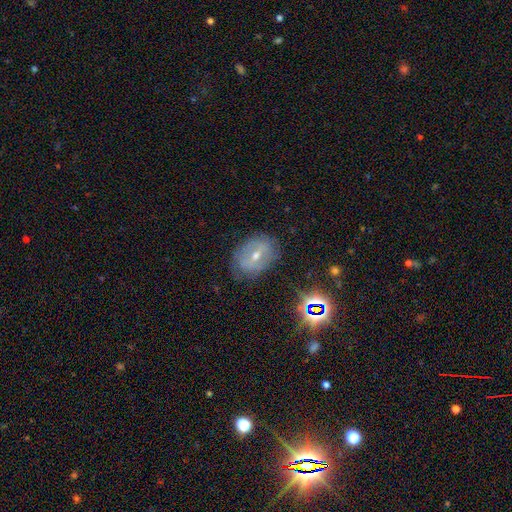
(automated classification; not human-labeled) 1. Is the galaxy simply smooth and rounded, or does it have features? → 59% featured or disk, 24% smooth, 17% star or artifact.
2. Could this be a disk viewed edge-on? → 92% no, 8% yes.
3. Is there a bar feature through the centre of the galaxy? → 42% weak, 35% strong, 24% no.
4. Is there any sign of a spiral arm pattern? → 50% no (tied), 50% yes (tied).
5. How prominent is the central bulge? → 51% moderate, 46% small, 1% large, 1% none, 1% dominant.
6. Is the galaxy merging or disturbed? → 76% none, 17% minor disturbance, 6% major disturbance, 1% merger.